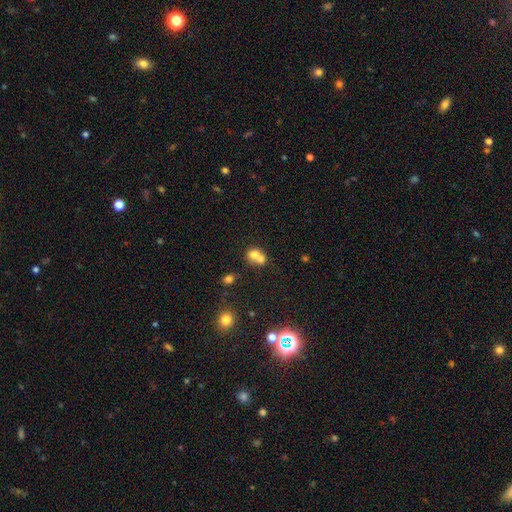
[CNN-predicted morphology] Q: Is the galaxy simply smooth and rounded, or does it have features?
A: smooth — 69%.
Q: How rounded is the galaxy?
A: round — 71%.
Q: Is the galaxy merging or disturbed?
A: merger — 65%.